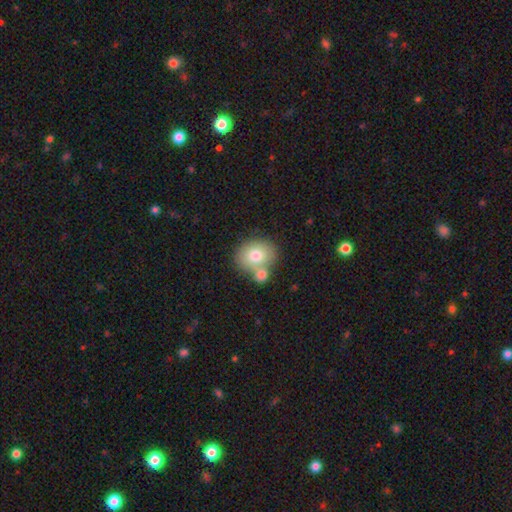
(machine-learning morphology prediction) smooth_or_featured: smooth (p=0.75) [alt: featured or disk p=0.16]
how_rounded: round (p=0.61) [alt: in between p=0.38]
merging: none (p=0.48) [alt: merger p=0.37]